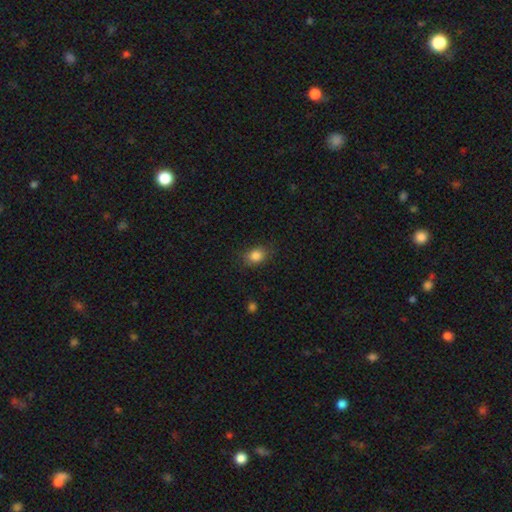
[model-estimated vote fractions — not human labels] This is clearly a smooth galaxy (85%). How rounded: likely in between (61%). Merging: clearly none (82%).